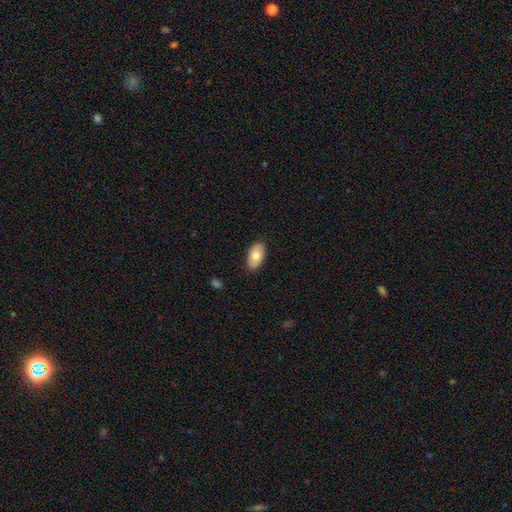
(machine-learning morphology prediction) Smooth or featured? smooth (76%)
How rounded? in between (95%)
Merging? none (86%)